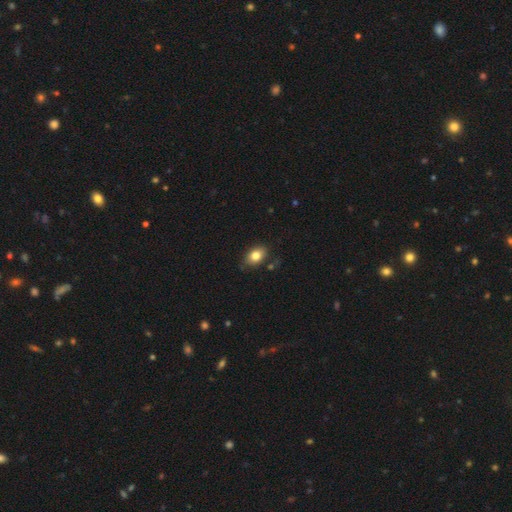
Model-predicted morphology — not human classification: smooth_or_featured: smooth (p=0.81) [alt: featured or disk p=0.10]
how_rounded: in between (p=0.81) [alt: round p=0.18]
merging: none (p=0.78) [alt: minor disturbance p=0.16]